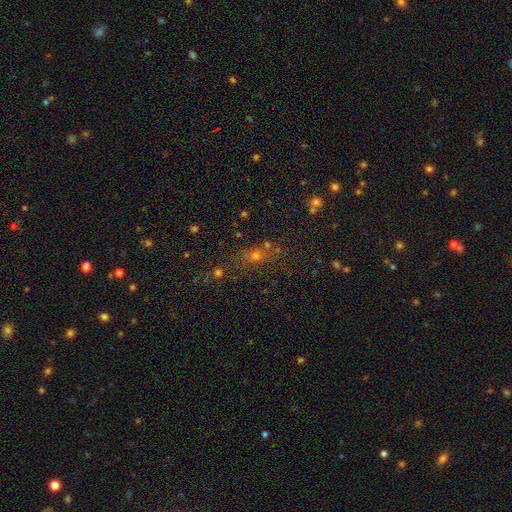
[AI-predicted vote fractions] Smooth or featured: smooth — 47% (star or artifact — 38%)
Merging: none — 63% (merger — 17%)